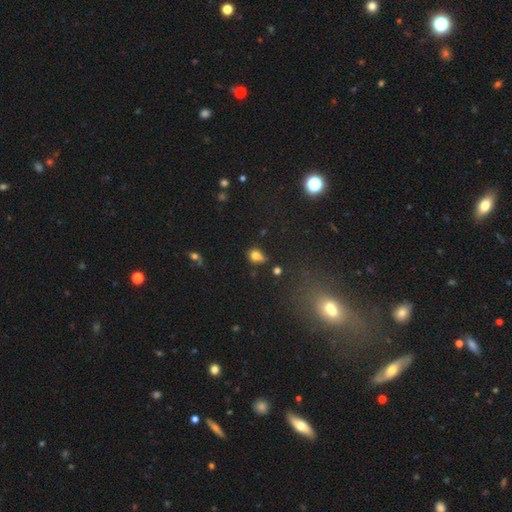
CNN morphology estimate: Q: Smooth or featured?
A: smooth (78%); runner-up: star or artifact (14%)
Q: How rounded?
A: in between (61%); runner-up: round (37%)
Q: Merging?
A: none (50%); runner-up: minor disturbance (29%)